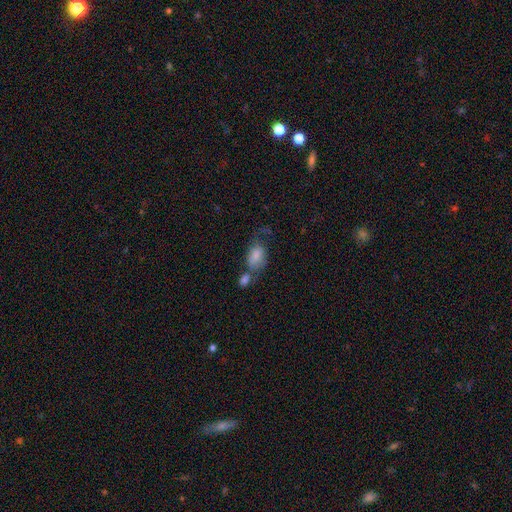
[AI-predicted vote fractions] Q: Smooth or featured?
A: smooth (61%); runner-up: featured or disk (27%)
Q: How rounded?
A: in between (85%); runner-up: round (12%)
Q: Merging?
A: none (34%); runner-up: merger (33%)